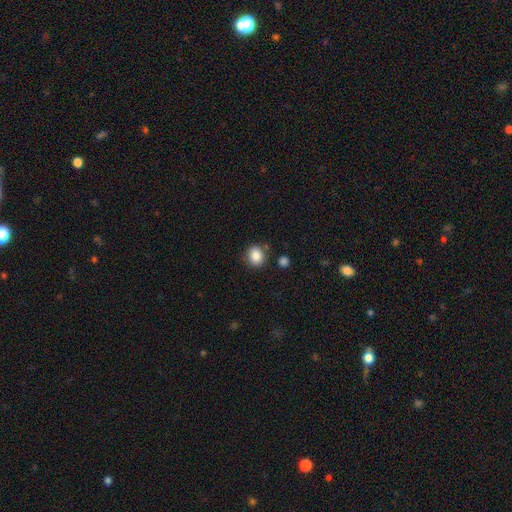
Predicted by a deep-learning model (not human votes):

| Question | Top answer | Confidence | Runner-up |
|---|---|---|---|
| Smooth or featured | smooth | 86% | star or artifact (9%) |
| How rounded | round | 68% | in between (31%) |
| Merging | none | 81% | minor disturbance (11%) |